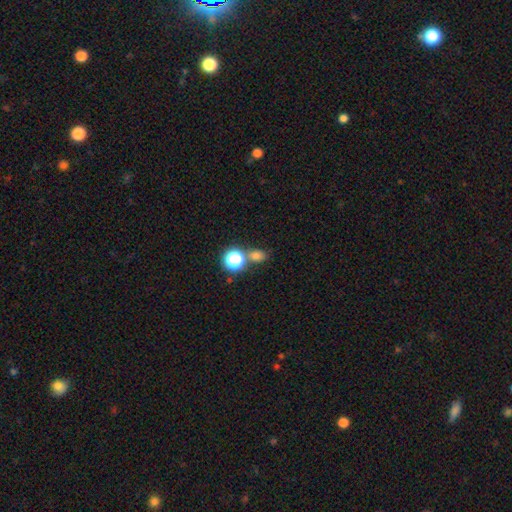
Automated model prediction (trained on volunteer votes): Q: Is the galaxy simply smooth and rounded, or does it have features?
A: smooth — 69%.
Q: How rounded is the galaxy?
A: round — 53%.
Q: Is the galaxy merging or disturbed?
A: none — 67%.